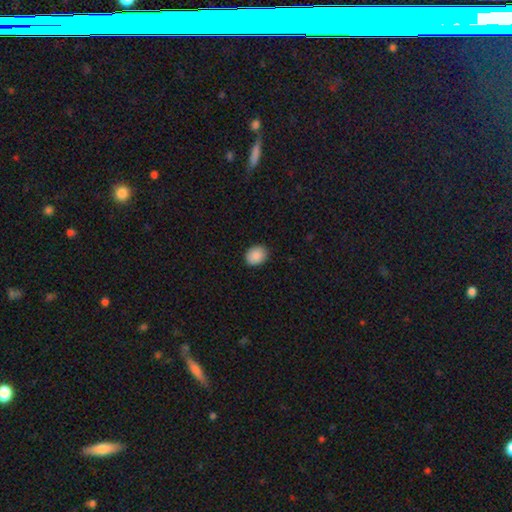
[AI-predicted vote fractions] Smooth or featured? smooth (89%)
How rounded? in between (53%)
Merging? none (89%)